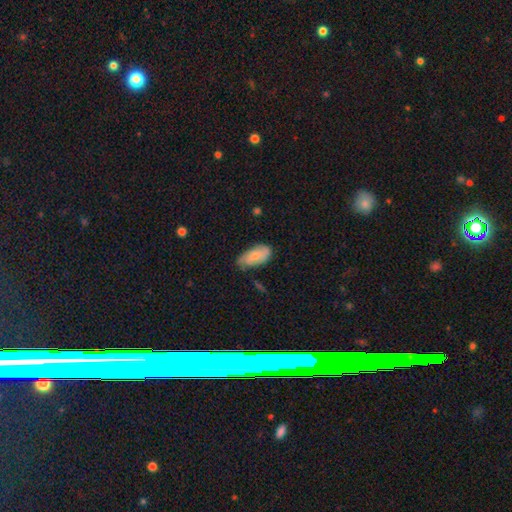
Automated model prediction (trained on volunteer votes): A smooth galaxy with no disk features (66%) that is in between round and cigar-shaped (92%). Merging: none (61%).